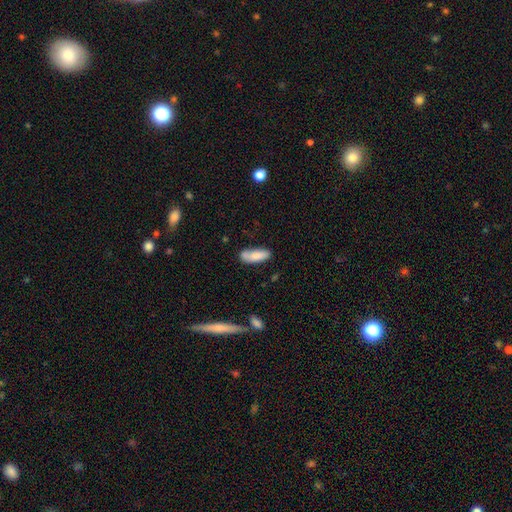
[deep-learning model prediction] Q: Smooth or featured?
A: smooth (80%); runner-up: featured or disk (14%)
Q: How rounded?
A: in between (68%); runner-up: cigar-shaped (30%)
Q: Merging?
A: none (64%); runner-up: minor disturbance (23%)